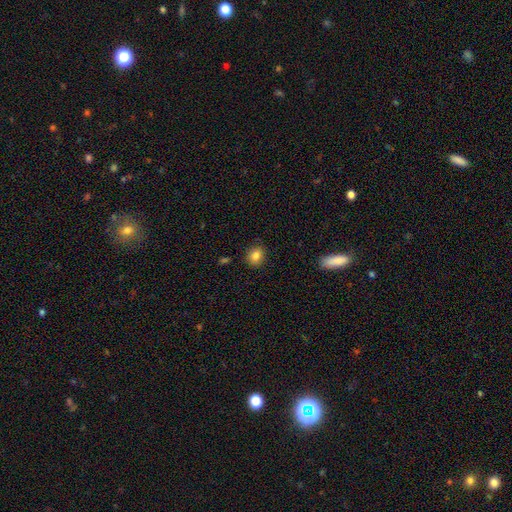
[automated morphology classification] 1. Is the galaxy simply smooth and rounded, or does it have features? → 84% smooth, 10% star or artifact, 6% featured or disk.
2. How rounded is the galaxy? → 71% round, 28% in between, 1% cigar-shaped.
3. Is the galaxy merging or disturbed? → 88% none, 9% minor disturbance, 2% major disturbance, 1% merger.